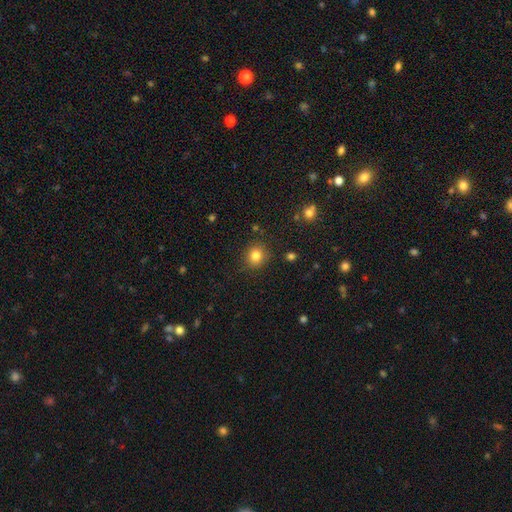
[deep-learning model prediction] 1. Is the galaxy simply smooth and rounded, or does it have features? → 82% smooth, 12% star or artifact, 6% featured or disk.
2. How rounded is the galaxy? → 85% round, 14% in between, 1% cigar-shaped.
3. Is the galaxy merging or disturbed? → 86% none, 9% minor disturbance, 3% major disturbance, 2% merger.